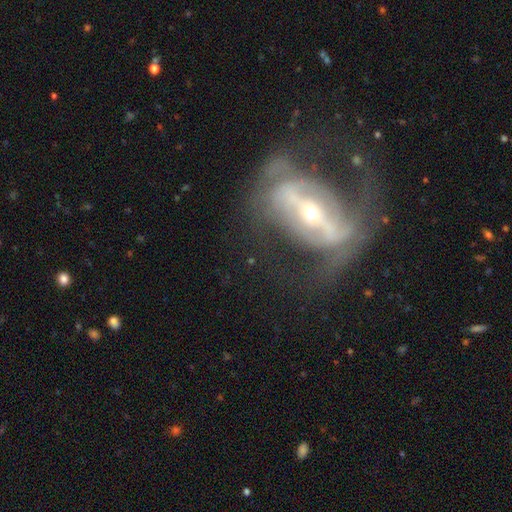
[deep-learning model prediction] smooth-or-featured: featured or disk: 83% | smooth: 9% | star or artifact: 8%
  disk-edge-on: no: 86% | yes: 14%
    bar: strong: 67% | weak: 19% | no: 14%
    has-spiral-arms: yes: 67% | no: 33%
    bulge-size: small: 57% | moderate: 38% | large: 3% | dominant: 1% | none: 1%
  merging: none: 48% | major disturbance: 32% | minor disturbance: 17% | merger: 3%